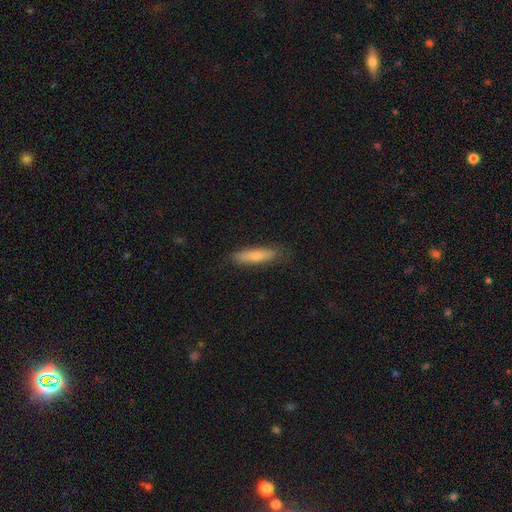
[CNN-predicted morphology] type=smooth (72%); roundness=cigar-shaped (78%); merging=none (82%).